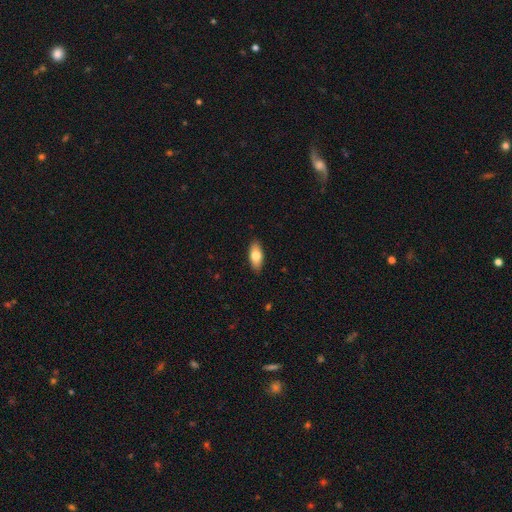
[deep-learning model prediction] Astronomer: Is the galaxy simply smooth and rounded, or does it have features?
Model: smooth — 75%.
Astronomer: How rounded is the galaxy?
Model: in between — 85%.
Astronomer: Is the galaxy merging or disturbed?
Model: none — 88%.